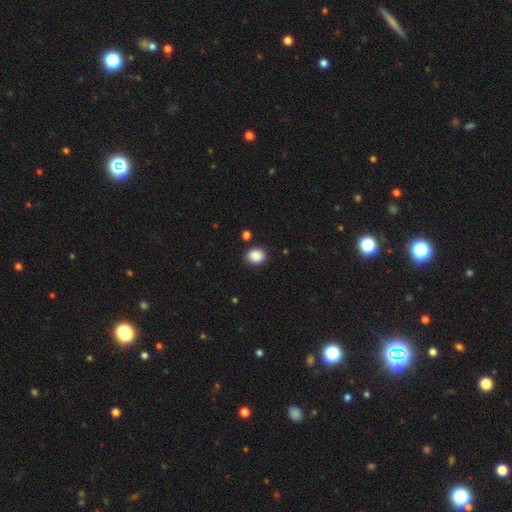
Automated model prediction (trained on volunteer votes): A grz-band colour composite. It shows a smooth galaxy with no disk features (88%) that is round (58%). Merging: none (84%).